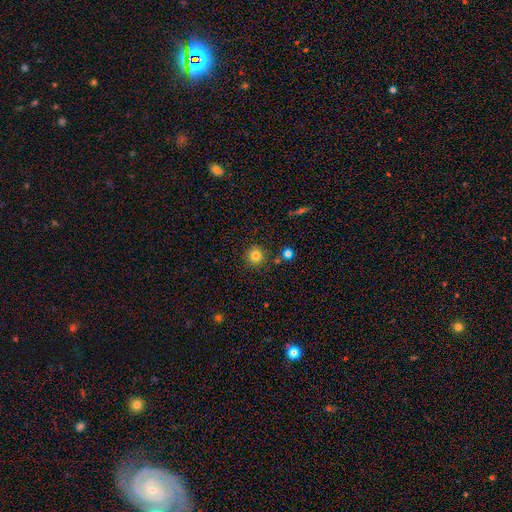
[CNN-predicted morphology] Overall: smooth (82%). How rounded: round (94%). Merging: none (86%).